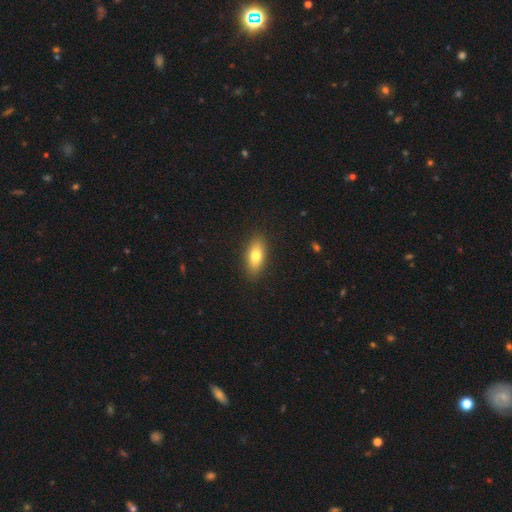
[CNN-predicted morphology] The model was most divided on "smooth or featured": smooth: 76%, featured or disk: 17%, star or artifact: 7%. More confident: merging — none (88%); how rounded — in between (82%).